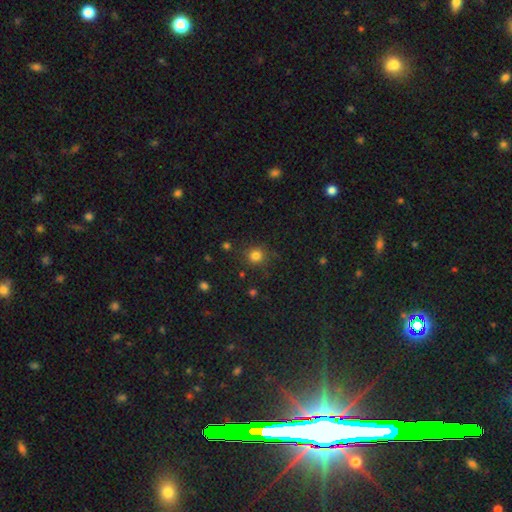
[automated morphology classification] Smooth or featured? Predicted: smooth (p=0.81). How rounded? Predicted: round (p=0.90). Merging? Predicted: none (p=0.85).